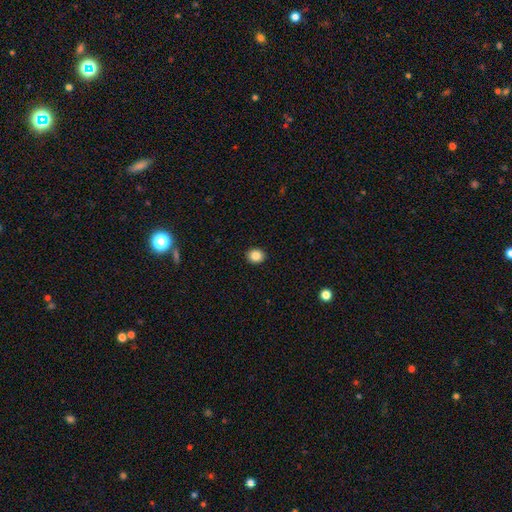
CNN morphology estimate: Smooth or featured?
  - smooth: 86% *
  - star or artifact: 10%
  - featured or disk: 4%
How rounded?
  - round: 74% *
  - in between: 25%
  - cigar-shaped: 1%
Merging?
  - none: 92% *
  - minor disturbance: 5%
  - major disturbance: 2%
  - merger: 1%